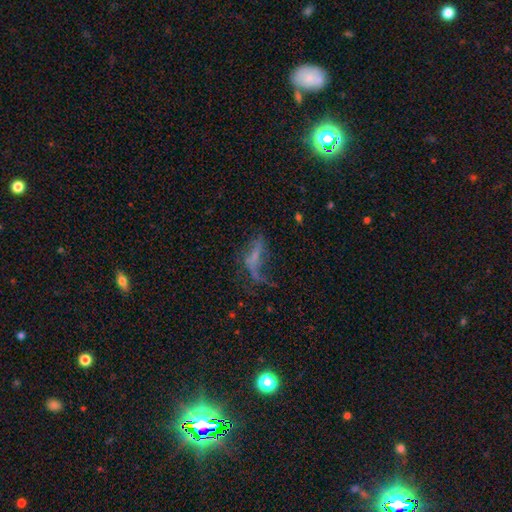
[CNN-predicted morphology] Smooth or featured? Predicted: featured or disk (p=0.48). Merging? Predicted: major disturbance (p=0.45).